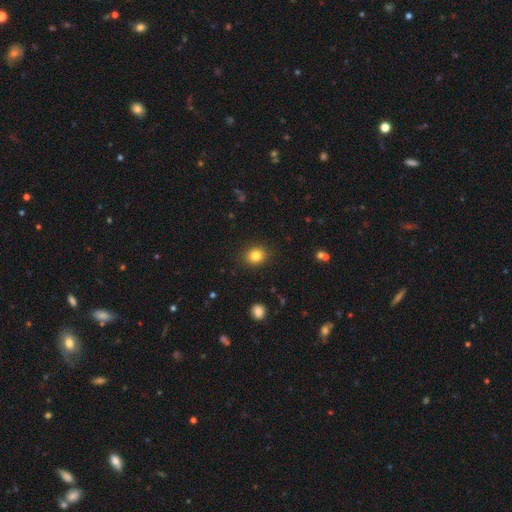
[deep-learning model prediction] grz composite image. It shows a smooth galaxy with no disk features (82%) that is round (64%). Merging: none (89%).